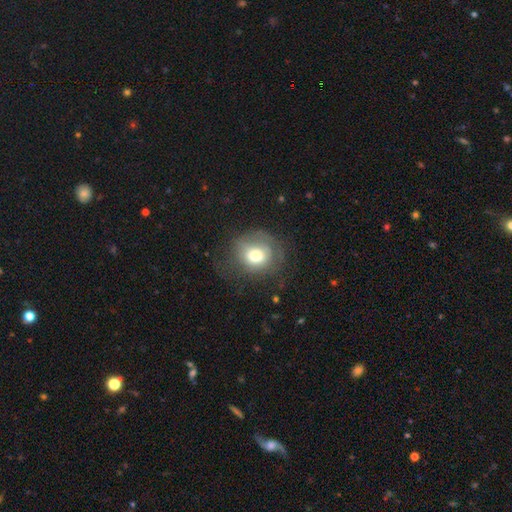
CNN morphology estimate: smooth 66%, featured or disk 23%, star or artifact 10%. Down the decision tree: how rounded — round (80%); merging — none (57%).